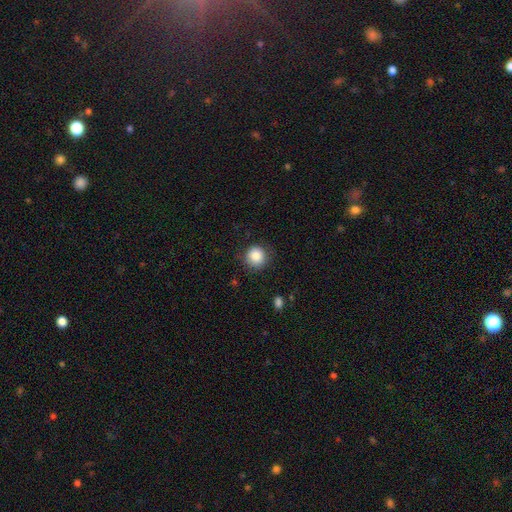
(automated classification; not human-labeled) smooth-or-featured: smooth: 85% | star or artifact: 9% | featured or disk: 6%
  how-rounded: round: 93% | in between: 7% | cigar-shaped: 1%
  merging: none: 84% | minor disturbance: 11% | major disturbance: 3% | merger: 1%